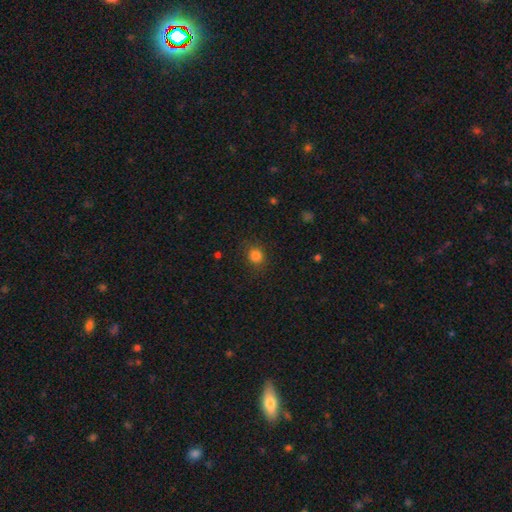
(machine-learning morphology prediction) smooth 82%, star or artifact 13%, featured or disk 5%. Down the decision tree: how rounded — round (79%); merging — none (82%).